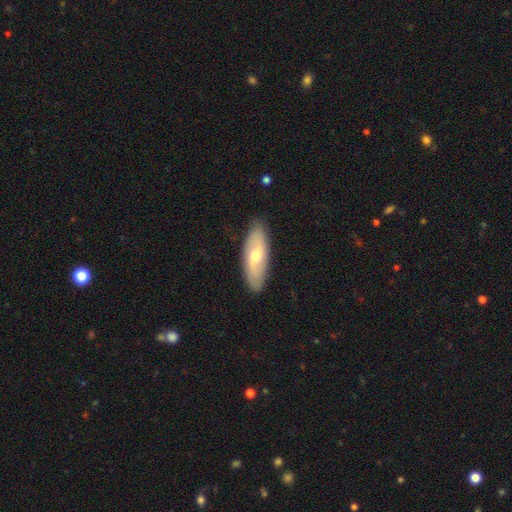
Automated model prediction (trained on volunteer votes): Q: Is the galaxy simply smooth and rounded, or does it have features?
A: featured or disk — 51%.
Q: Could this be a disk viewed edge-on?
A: no — 78%.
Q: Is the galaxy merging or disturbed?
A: none — 87%.